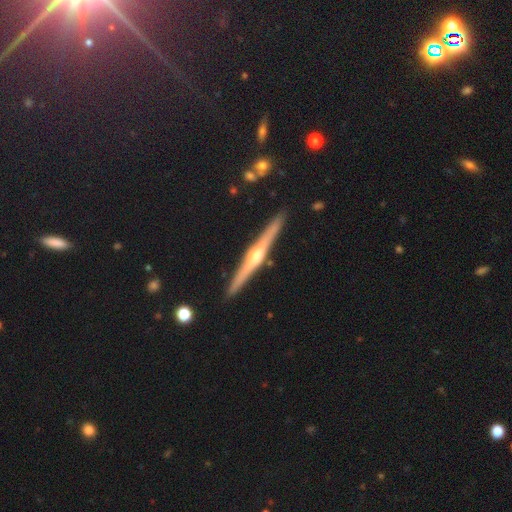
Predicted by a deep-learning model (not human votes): This appears to be a featured or disk galaxy (79%) viewed edge-on (98%) with a rounded central bulge (90%). Merging: none (91%).